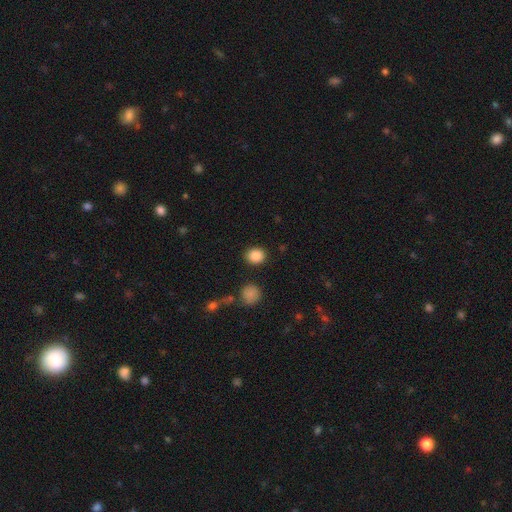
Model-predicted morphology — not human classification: smooth-or-featured: smooth: 87% | star or artifact: 9% | featured or disk: 4%
  how-rounded: round: 78% | in between: 21% | cigar-shaped: 1%
  merging: none: 88% | minor disturbance: 7% | major disturbance: 3% | merger: 2%